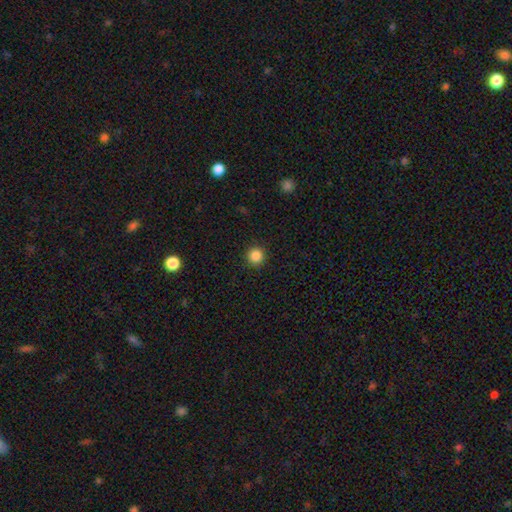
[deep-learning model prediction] smooth 86%, star or artifact 11%, featured or disk 3%. Down the decision tree: how rounded — round (95%); merging — none (92%).